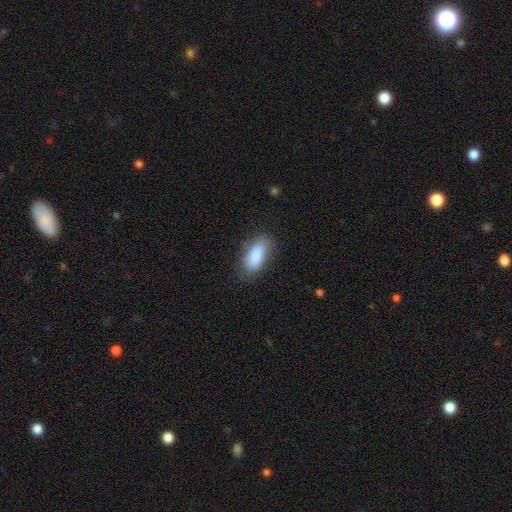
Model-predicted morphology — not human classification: smooth 88%, star or artifact 7%, featured or disk 6%. Down the decision tree: how rounded — in between (87%); merging — none (75%).